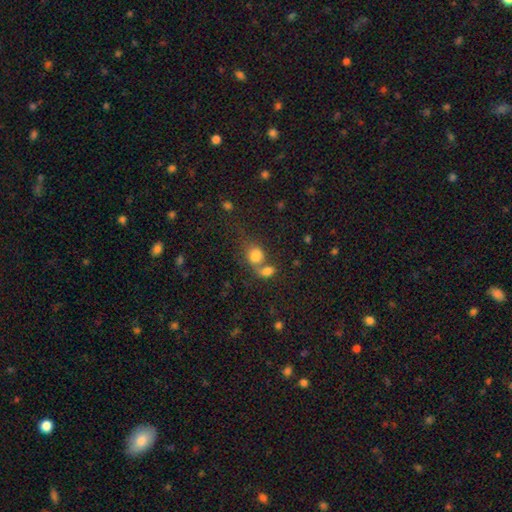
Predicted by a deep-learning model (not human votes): A smooth galaxy with no disk features (79%) that is round (54%). Merging: merger (56%).